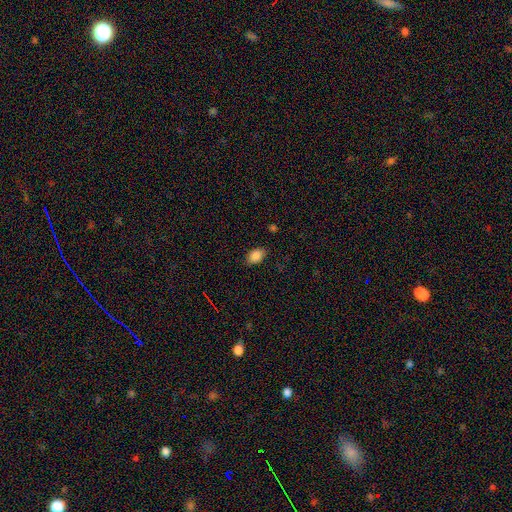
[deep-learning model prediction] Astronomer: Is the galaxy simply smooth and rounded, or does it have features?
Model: smooth — 86%.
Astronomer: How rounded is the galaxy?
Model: in between — 89%.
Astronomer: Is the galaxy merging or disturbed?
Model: none — 85%.